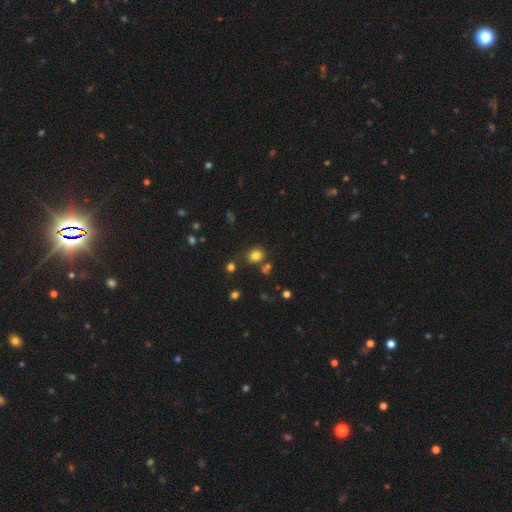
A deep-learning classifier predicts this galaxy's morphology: Q: Smooth or featured?
A: smooth (79%); runner-up: star or artifact (15%)
Q: How rounded?
A: round (53%); runner-up: in between (46%)
Q: Merging?
A: none (73%); runner-up: minor disturbance (12%)